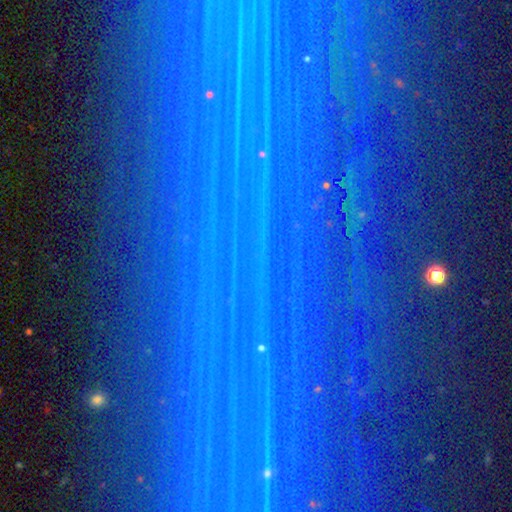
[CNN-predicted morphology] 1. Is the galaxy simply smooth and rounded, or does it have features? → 85% star or artifact, 7% featured or disk, 7% smooth.